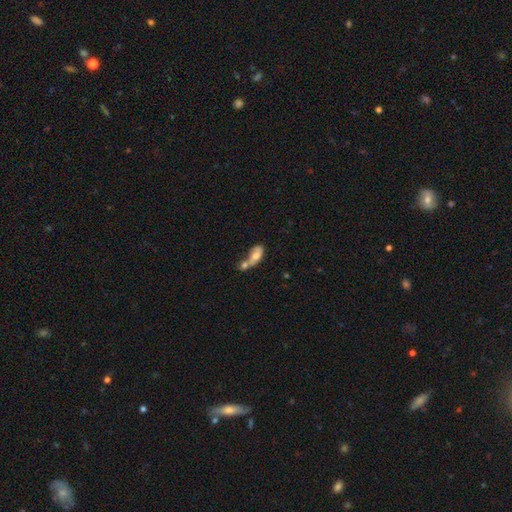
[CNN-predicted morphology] smooth 60%, featured or disk 32%, star or artifact 8%. Down the decision tree: how rounded — in between (81%); merging — merger (69%).